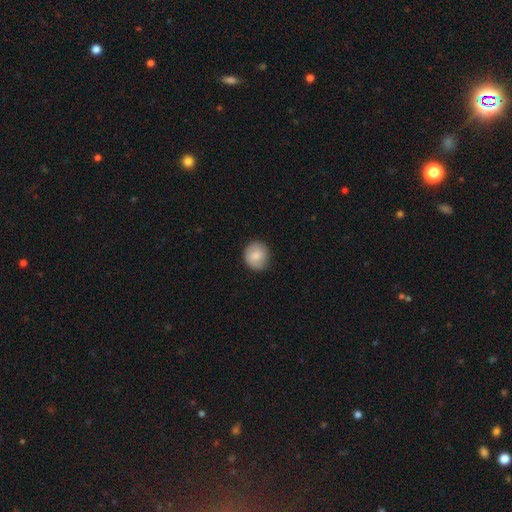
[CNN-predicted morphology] This is clearly a smooth galaxy (83%). How rounded: clearly round (88%). Merging: clearly none (84%).